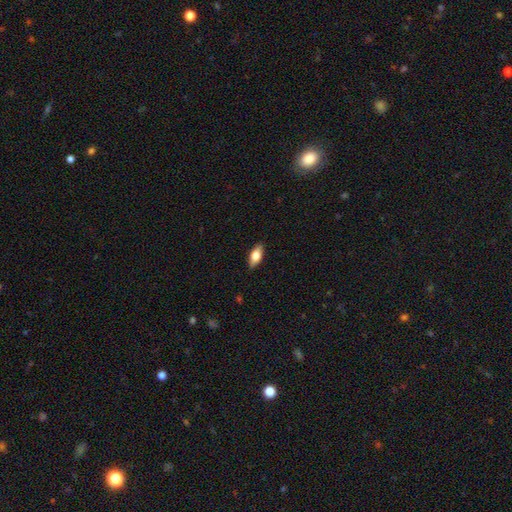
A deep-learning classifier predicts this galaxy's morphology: Smooth or featured: smooth — 69% (featured or disk — 25%)
How rounded: in between — 83% (cigar-shaped — 14%)
Merging: none — 88% (minor disturbance — 9%)